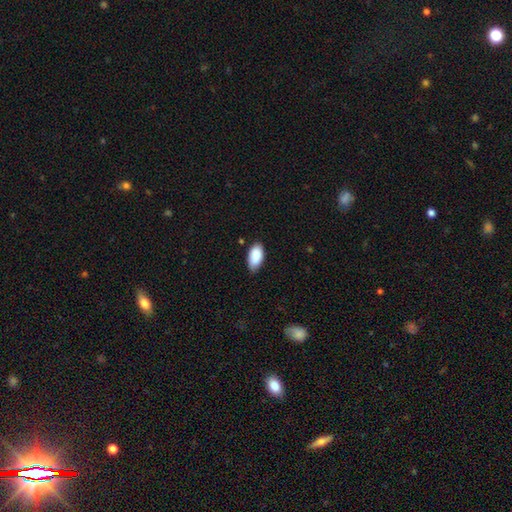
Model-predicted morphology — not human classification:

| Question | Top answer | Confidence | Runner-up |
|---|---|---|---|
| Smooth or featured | smooth | 90% | star or artifact (6%) |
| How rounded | in between | 95% | round (3%) |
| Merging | none | 73% | minor disturbance (22%) |